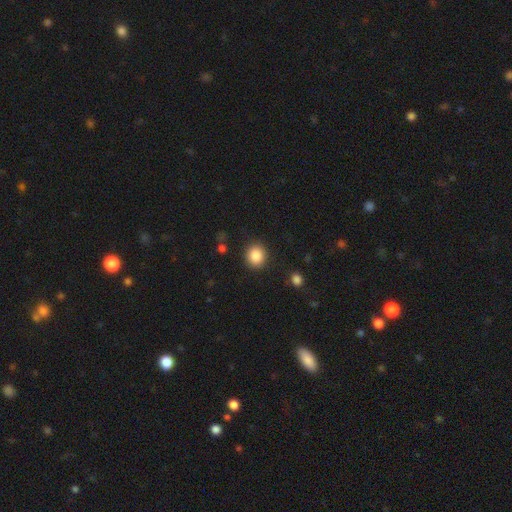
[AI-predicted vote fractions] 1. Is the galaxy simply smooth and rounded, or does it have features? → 87% smooth, 9% star or artifact, 4% featured or disk.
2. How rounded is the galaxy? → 82% round, 17% in between, 1% cigar-shaped.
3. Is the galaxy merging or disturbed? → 88% none, 7% minor disturbance, 3% major disturbance, 2% merger.